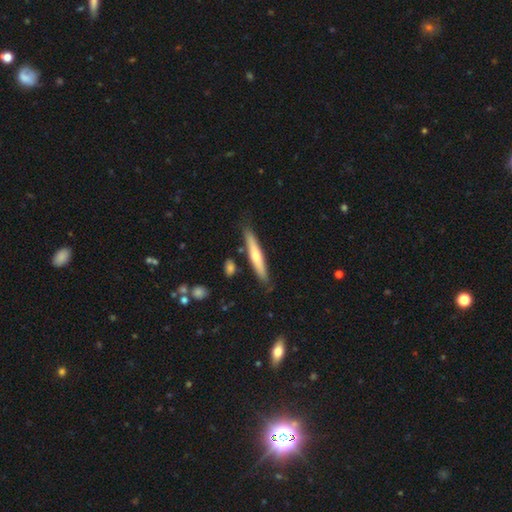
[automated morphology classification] Smooth or featured? featured or disk (48%)
Merging? none (84%)